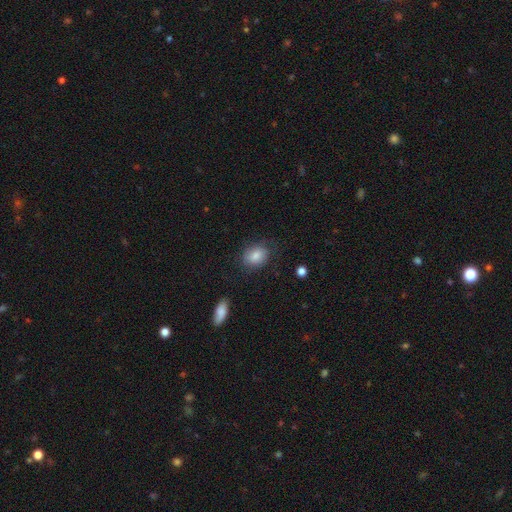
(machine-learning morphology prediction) This is clearly a smooth galaxy (81%). How rounded: likely in between (61%). Merging: likely none (76%).